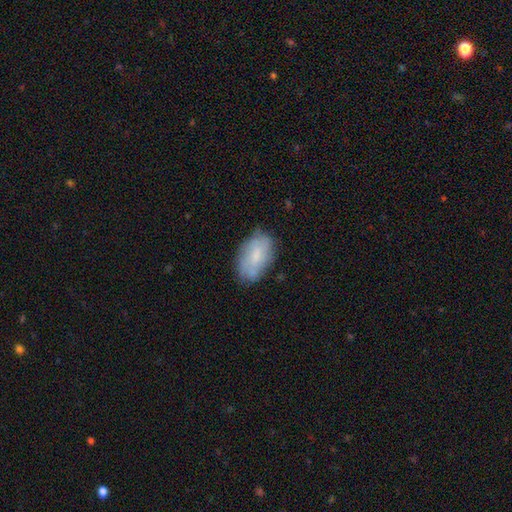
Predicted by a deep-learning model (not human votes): A smooth galaxy with no disk features (65%) that is in between round and cigar-shaped (93%).

Vote fractions:
- Smooth or featured? smooth: 65% / featured or disk: 28% / star or artifact: 7%
- How rounded? in between: 93% / round: 5% / cigar-shaped: 2%
- Merging? none: 70% / minor disturbance: 22% / major disturbance: 6% / merger: 2%